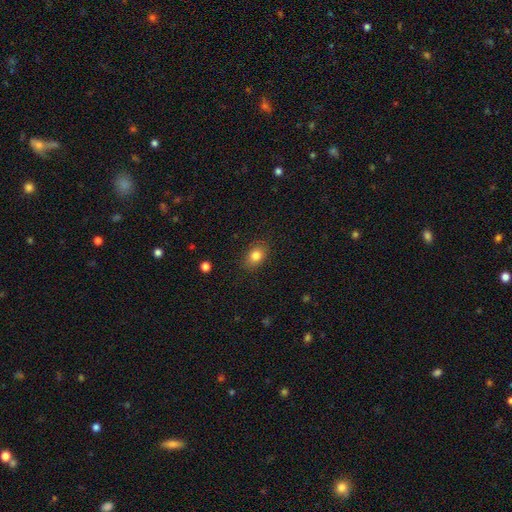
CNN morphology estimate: Smooth or featured? smooth (82%)
How rounded? in between (72%)
Merging? none (85%)